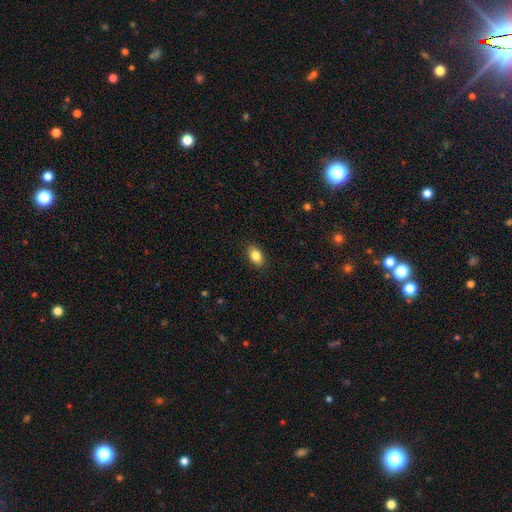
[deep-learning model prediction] Q: Smooth or featured?
A: smooth (85%); runner-up: star or artifact (8%)
Q: How rounded?
A: in between (89%); runner-up: round (9%)
Q: Merging?
A: none (89%); runner-up: minor disturbance (8%)